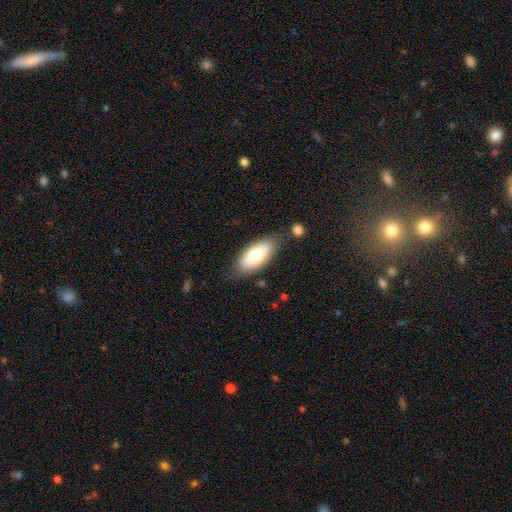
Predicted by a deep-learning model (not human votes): Smooth or featured? smooth (78%)
How rounded? in between (86%)
Merging? none (73%)